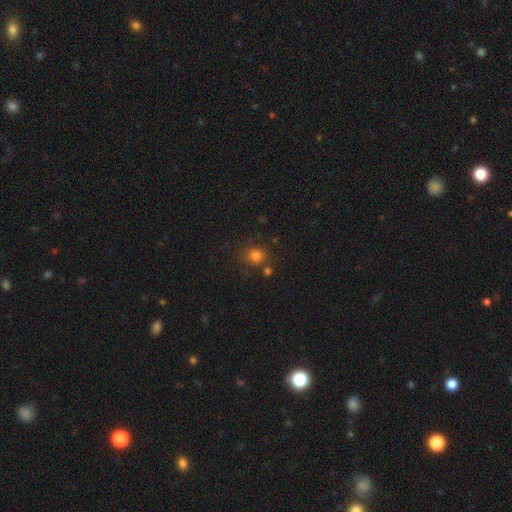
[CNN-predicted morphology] Smooth or featured?
  - smooth: 79% *
  - star or artifact: 14%
  - featured or disk: 6%
How rounded?
  - round: 85% *
  - in between: 14%
  - cigar-shaped: 1%
Merging?
  - none: 75% *
  - merger: 11%
  - minor disturbance: 11%
  - major disturbance: 4%